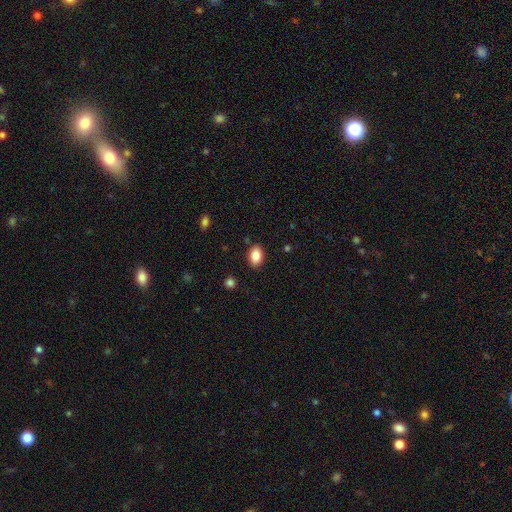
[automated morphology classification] smooth 86%, star or artifact 8%, featured or disk 6%. Down the decision tree: how rounded — in between (86%); merging — none (87%).